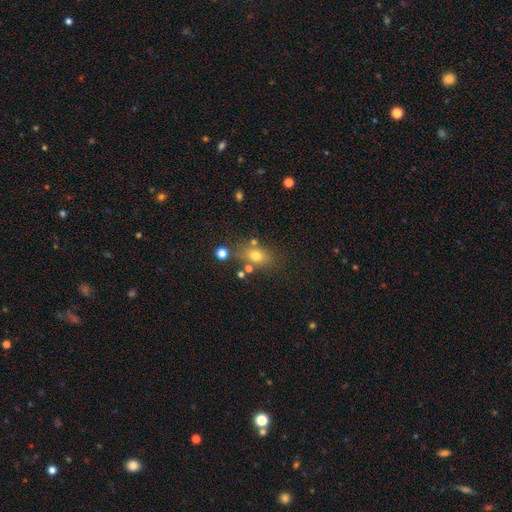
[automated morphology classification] Overall: smooth (71%). How rounded: in between (70%). Merging: none (65%).